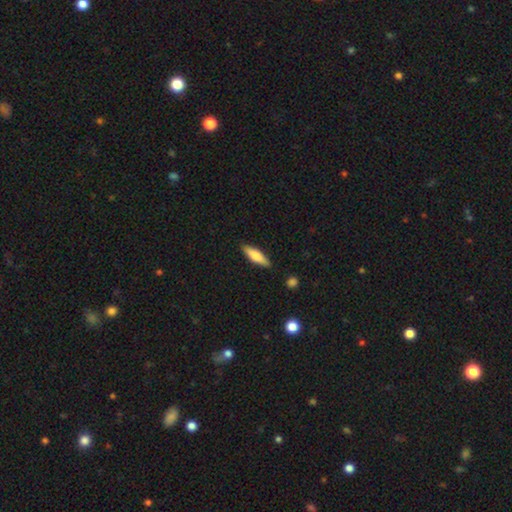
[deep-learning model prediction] smooth 68%, featured or disk 26%, star or artifact 6%. Down the decision tree: how rounded — cigar-shaped (58%); merging — none (87%).